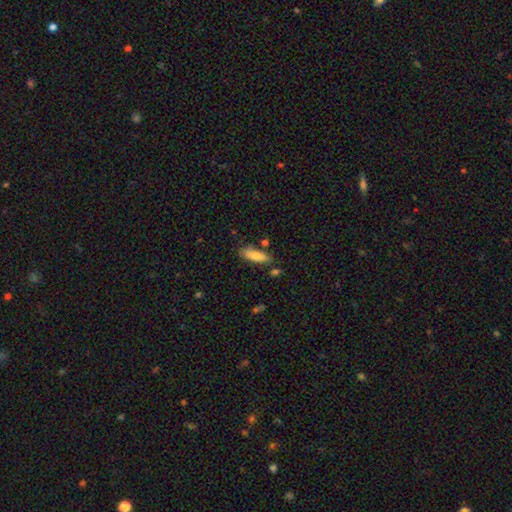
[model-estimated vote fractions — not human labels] smooth-or-featured: smooth: 83% | featured or disk: 11% | star or artifact: 7%
  how-rounded: in between: 52% | cigar-shaped: 46% | round: 2%
  merging: none: 73% | minor disturbance: 17% | merger: 7% | major disturbance: 4%